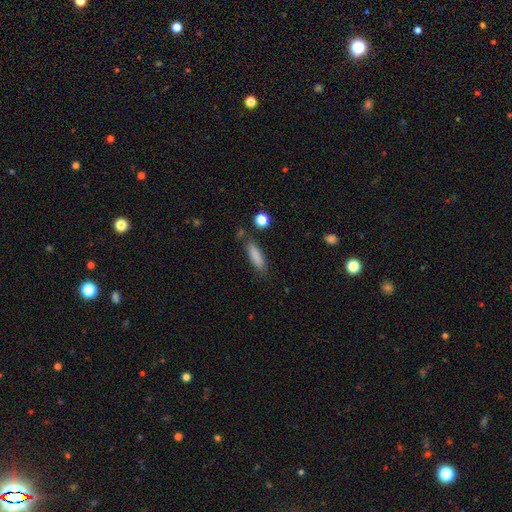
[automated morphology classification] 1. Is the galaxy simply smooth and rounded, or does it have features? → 86% smooth, 7% star or artifact, 7% featured or disk.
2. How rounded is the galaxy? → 56% cigar-shaped, 41% in between, 2% round.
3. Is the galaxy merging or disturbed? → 79% none, 14% minor disturbance, 4% merger, 4% major disturbance.